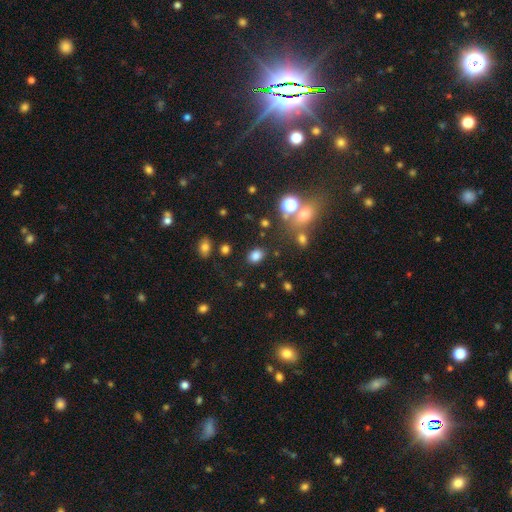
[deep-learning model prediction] Smooth or featured?
  - smooth: 79% *
  - star or artifact: 15%
  - featured or disk: 5%
How rounded?
  - in between: 67% *
  - round: 32%
  - cigar-shaped: 1%
Merging?
  - none: 82% *
  - minor disturbance: 10%
  - merger: 4%
  - major disturbance: 4%